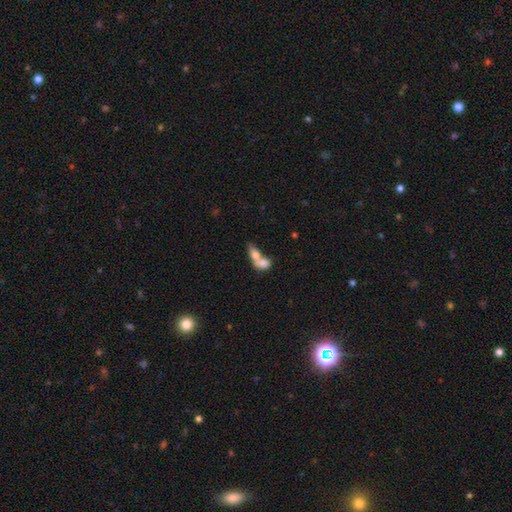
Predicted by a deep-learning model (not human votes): Q: Smooth or featured?
A: smooth (72%); runner-up: featured or disk (20%)
Q: How rounded?
A: in between (75%); runner-up: round (18%)
Q: Merging?
A: merger (76%); runner-up: none (14%)